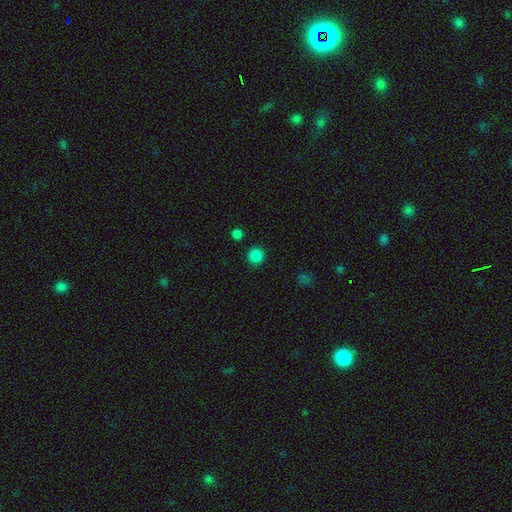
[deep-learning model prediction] smooth 86%, star or artifact 12%, featured or disk 3%. Down the decision tree: how rounded — round (94%); merging — none (91%).